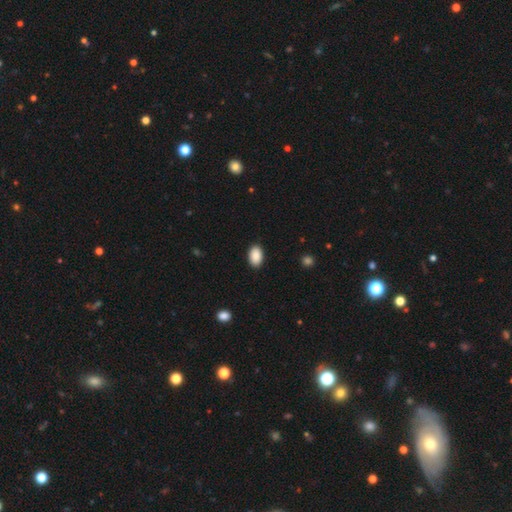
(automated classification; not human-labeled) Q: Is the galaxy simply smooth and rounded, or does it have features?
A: smooth — 90%.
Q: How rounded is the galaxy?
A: in between — 92%.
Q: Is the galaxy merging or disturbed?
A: none — 89%.